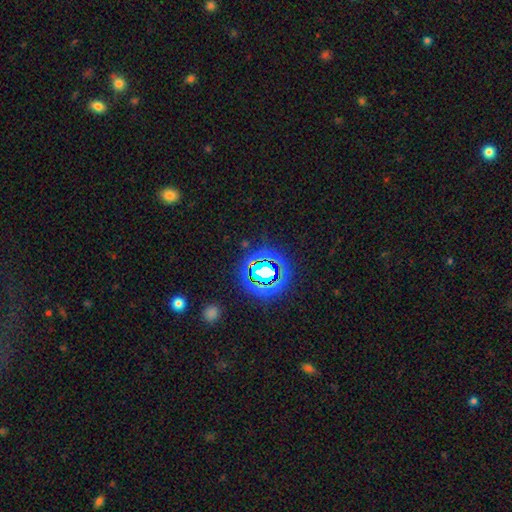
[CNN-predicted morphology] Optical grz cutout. It shows a star or artifact, not a galaxy (77%).